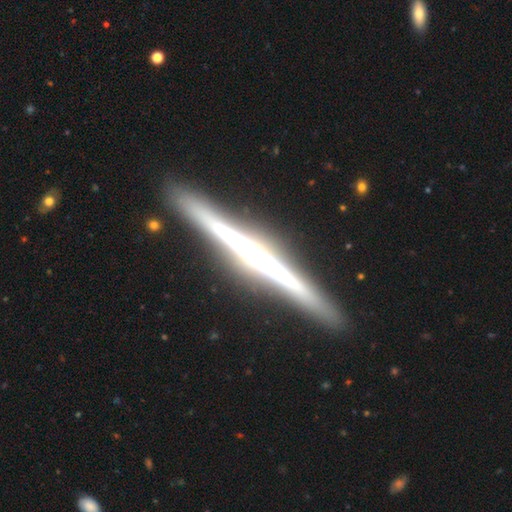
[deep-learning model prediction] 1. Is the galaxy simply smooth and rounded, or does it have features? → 83% featured or disk, 11% smooth, 6% star or artifact.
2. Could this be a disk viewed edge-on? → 98% yes, 2% no.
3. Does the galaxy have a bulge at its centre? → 49% rounded, 27% none, 25% boxy.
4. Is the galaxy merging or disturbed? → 90% none, 7% minor disturbance, 2% major disturbance, 1% merger.